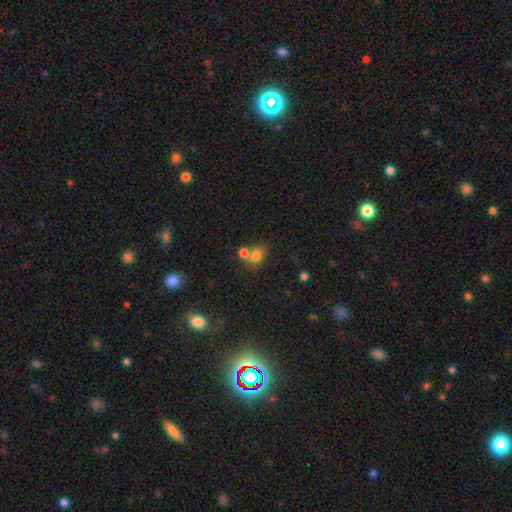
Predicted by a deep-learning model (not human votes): Smooth or featured? Predicted: smooth (p=0.77). How rounded? Predicted: in between (p=0.50). Merging? Predicted: none (p=0.45).